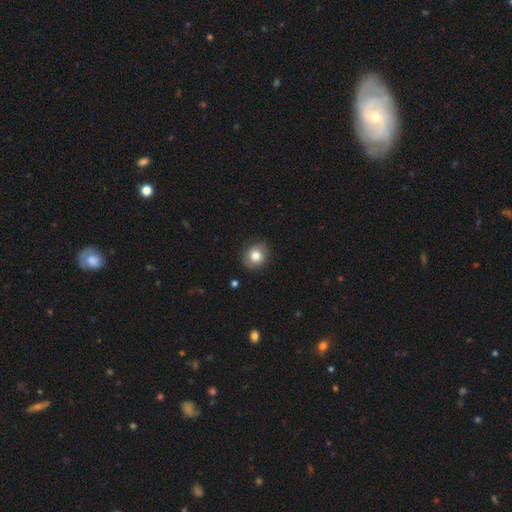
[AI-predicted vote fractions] Morphology: type=smooth (78%); roundness=round (78%); merging=none (84%).